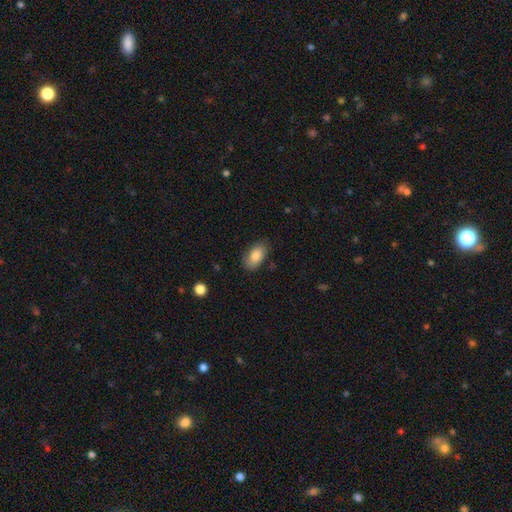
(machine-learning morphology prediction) Smooth or featured? smooth (84%)
How rounded? in between (93%)
Merging? none (80%)